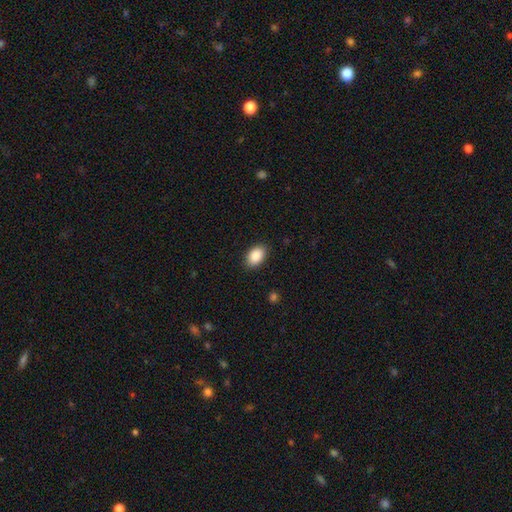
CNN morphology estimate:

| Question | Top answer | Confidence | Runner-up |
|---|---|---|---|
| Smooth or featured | smooth | 89% | star or artifact (7%) |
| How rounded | in between | 90% | round (8%) |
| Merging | none | 88% | minor disturbance (9%) |